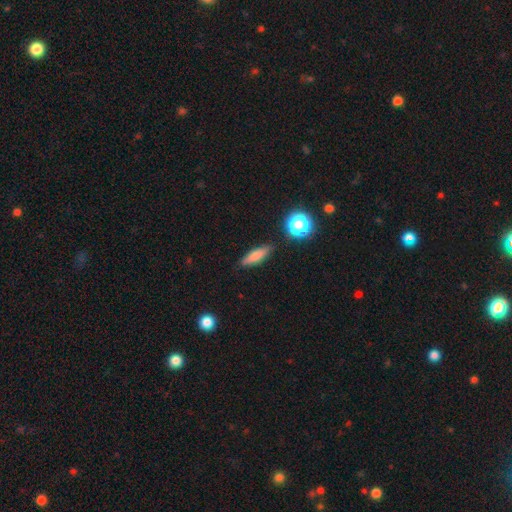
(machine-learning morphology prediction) smooth_or_featured: smooth (p=0.75) [alt: featured or disk p=0.14]
how_rounded: cigar-shaped (p=0.57) [alt: in between p=0.39]
merging: none (p=0.84) [alt: minor disturbance p=0.11]